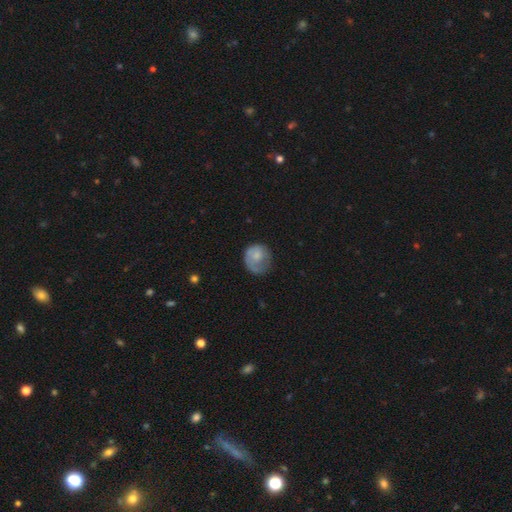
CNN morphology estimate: The model was most divided on "merging": none: 50%, minor disturbance: 28%, major disturbance: 20%, merger: 2%. More confident: how rounded — round (77%); smooth or featured — smooth (66%).